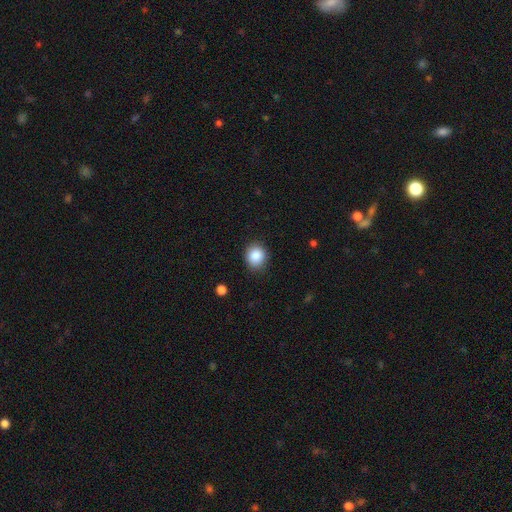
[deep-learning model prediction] smooth-or-featured: smooth: 87% | star or artifact: 9% | featured or disk: 4%
  how-rounded: round: 77% | in between: 22% | cigar-shaped: 1%
  merging: none: 86% | minor disturbance: 10% | major disturbance: 3% | merger: 1%